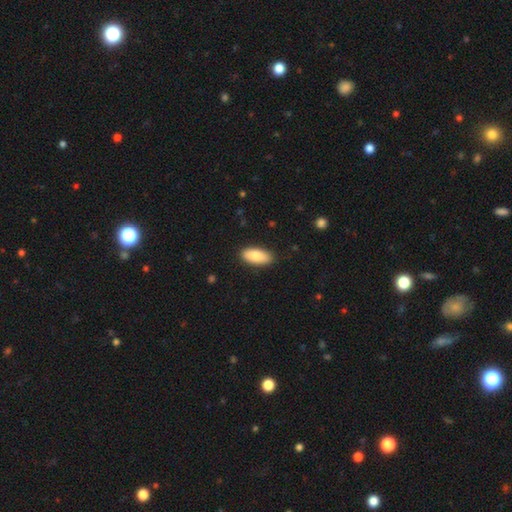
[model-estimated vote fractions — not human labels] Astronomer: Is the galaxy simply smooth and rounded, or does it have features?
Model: smooth — 84%.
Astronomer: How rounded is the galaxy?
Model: in between — 88%.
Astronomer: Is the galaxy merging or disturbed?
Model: none — 88%.